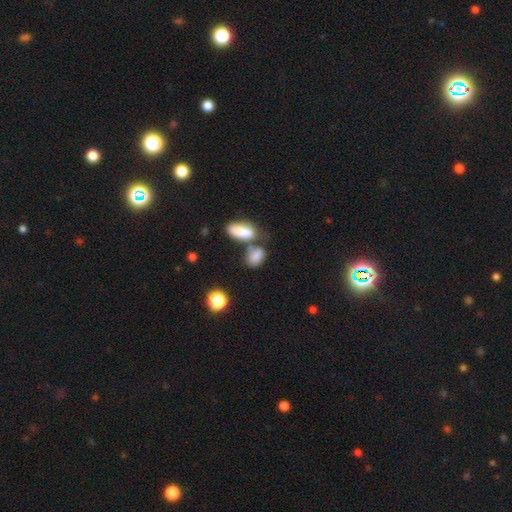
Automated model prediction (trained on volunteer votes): Overall: smooth (82%). How rounded: in between (85%). Merging: merger (42%; none 36%).